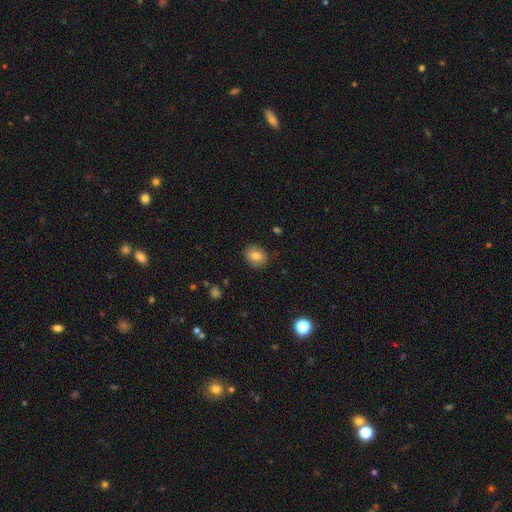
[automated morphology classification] Q: Smooth or featured?
A: smooth (80%); runner-up: featured or disk (12%)
Q: How rounded?
A: in between (56%); runner-up: round (43%)
Q: Merging?
A: none (86%); runner-up: minor disturbance (10%)